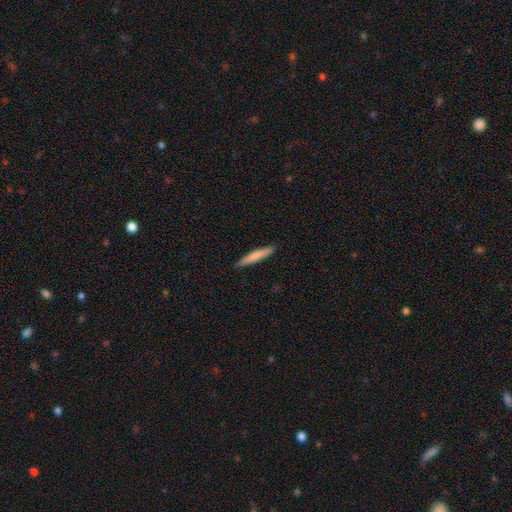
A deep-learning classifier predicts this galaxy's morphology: Overall: smooth (74%). How rounded: cigar-shaped (93%). Merging: none (90%).